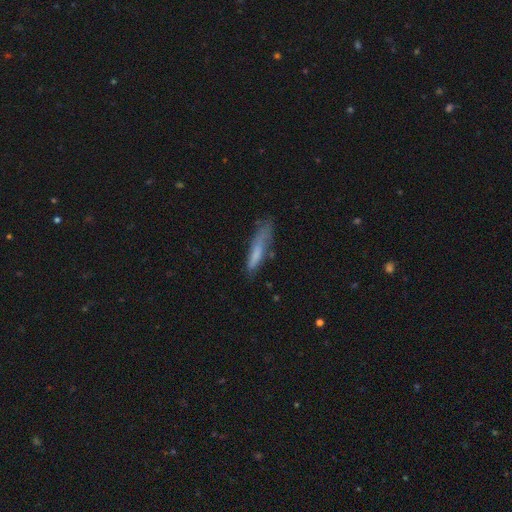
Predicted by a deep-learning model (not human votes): This is possibly a smooth galaxy (51%). How rounded: clearly cigar-shaped (83%). Merging: likely none (70%).